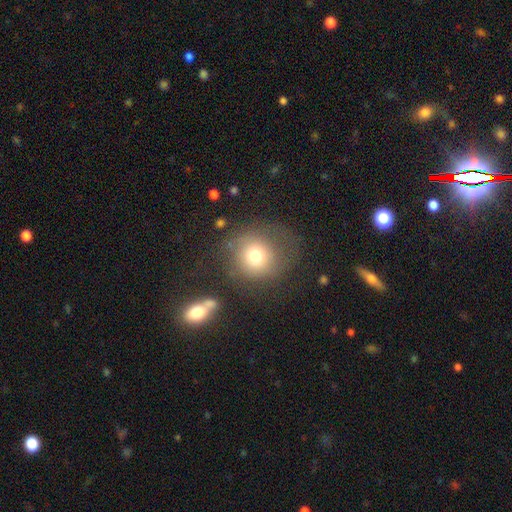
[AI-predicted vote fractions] A smooth galaxy with no disk features (71%) that is round (86%). Merging: none (61%).